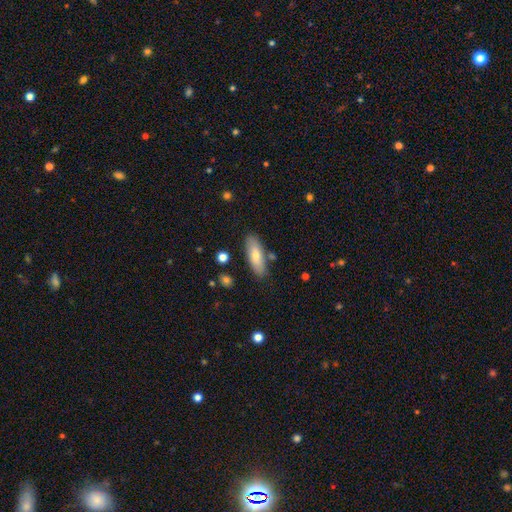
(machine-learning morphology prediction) A smooth galaxy with no disk features (70%) that is in between round and cigar-shaped (63%). Merging: none (81%).